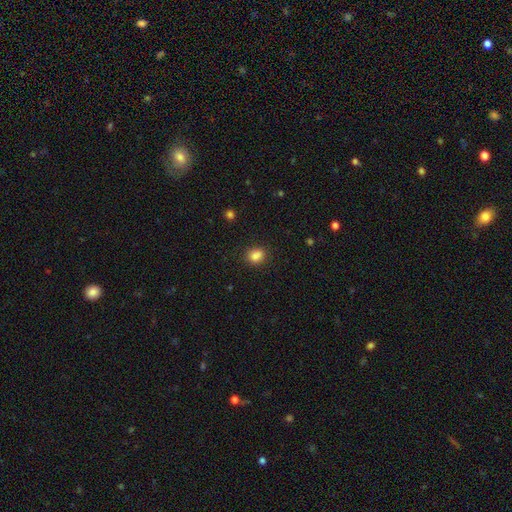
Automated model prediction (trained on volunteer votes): This is clearly a smooth galaxy (85%). How rounded: possibly round (53%). Merging: clearly none (81%).